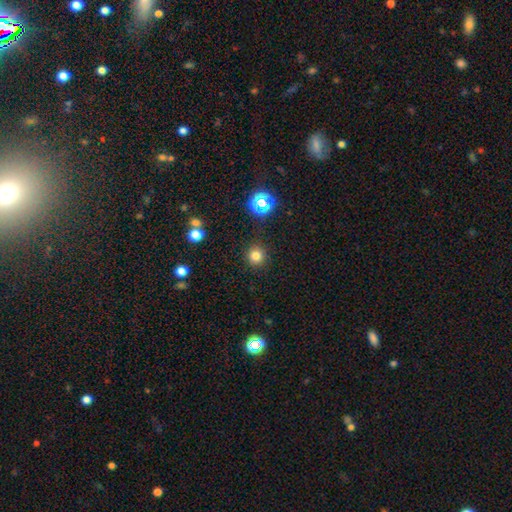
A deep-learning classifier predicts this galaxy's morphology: The model was most divided on "smooth or featured": smooth: 78%, star or artifact: 17%, featured or disk: 5%. More confident: how rounded — round (93%); merging — none (89%).